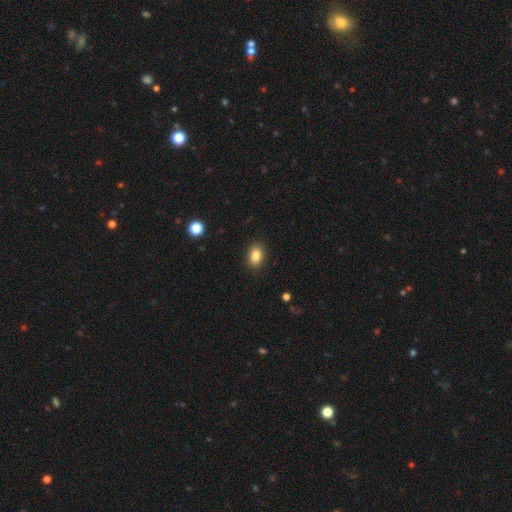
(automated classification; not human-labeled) smooth-or-featured: smooth: 85% | star or artifact: 9% | featured or disk: 6%
  how-rounded: in between: 82% | round: 16% | cigar-shaped: 1%
  merging: none: 89% | minor disturbance: 8% | major disturbance: 2% | merger: 1%